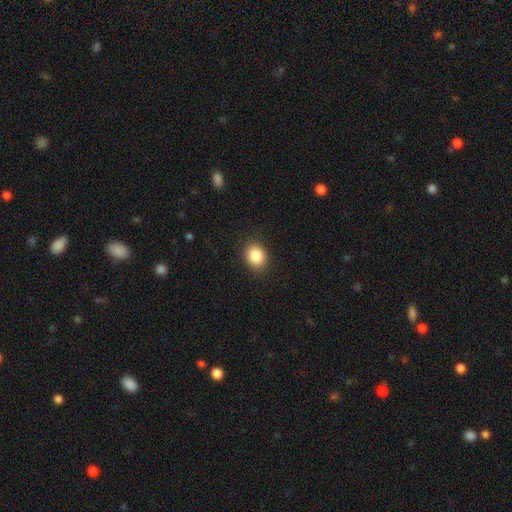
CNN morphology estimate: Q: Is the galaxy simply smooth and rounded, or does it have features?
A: smooth — 86%.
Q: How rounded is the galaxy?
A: round — 53%.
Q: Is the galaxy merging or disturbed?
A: none — 88%.